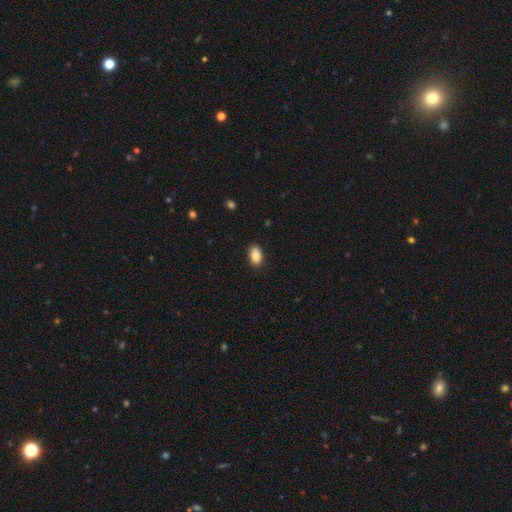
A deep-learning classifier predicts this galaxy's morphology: A smooth galaxy with no disk features (88%) that is in between round and cigar-shaped (90%). Merging: none (87%).